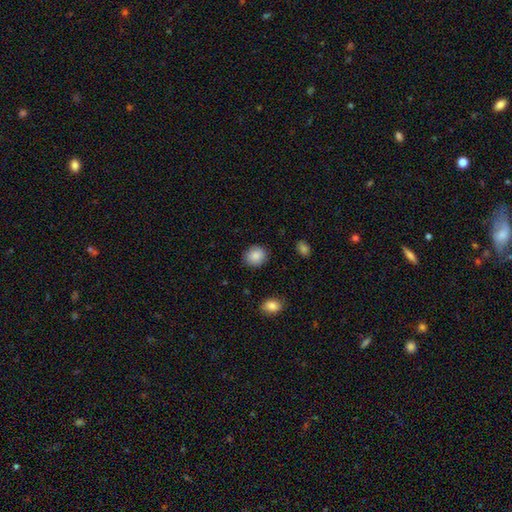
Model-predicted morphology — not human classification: Q: Smooth or featured?
A: smooth (87%); runner-up: star or artifact (8%)
Q: How rounded?
A: round (79%); runner-up: in between (20%)
Q: Merging?
A: none (87%); runner-up: minor disturbance (9%)